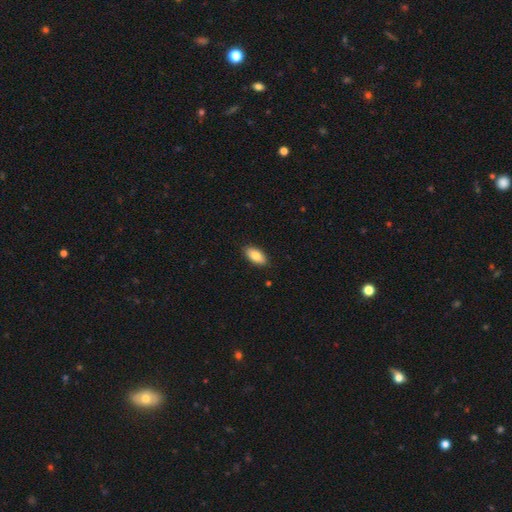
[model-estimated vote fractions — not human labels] A smooth galaxy with no disk features (84%) that is in between round and cigar-shaped (92%). Merging: none (87%).